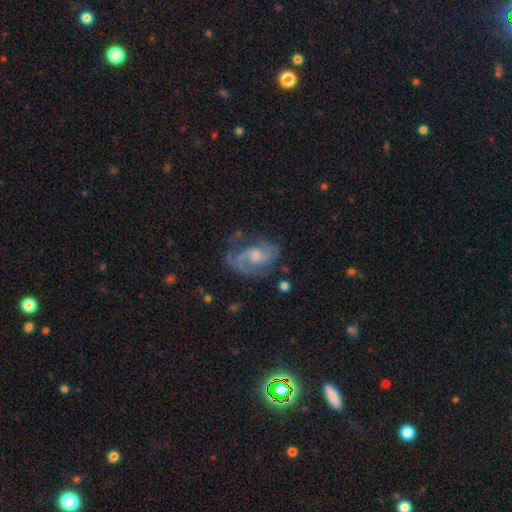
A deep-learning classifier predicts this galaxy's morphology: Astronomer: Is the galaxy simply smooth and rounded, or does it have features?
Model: featured or disk — 79%.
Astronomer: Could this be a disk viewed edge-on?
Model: no — 97%.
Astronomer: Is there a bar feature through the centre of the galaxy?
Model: no — 55% (runner-up: weak, 38%).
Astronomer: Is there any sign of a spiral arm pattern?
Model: yes — 91%.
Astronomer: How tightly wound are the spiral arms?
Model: medium — 49% (runner-up: tight, 29%).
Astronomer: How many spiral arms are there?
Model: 2 — 70%.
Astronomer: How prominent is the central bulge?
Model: moderate — 50% (runner-up: small, 35%).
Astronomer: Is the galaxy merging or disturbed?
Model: none — 59%.